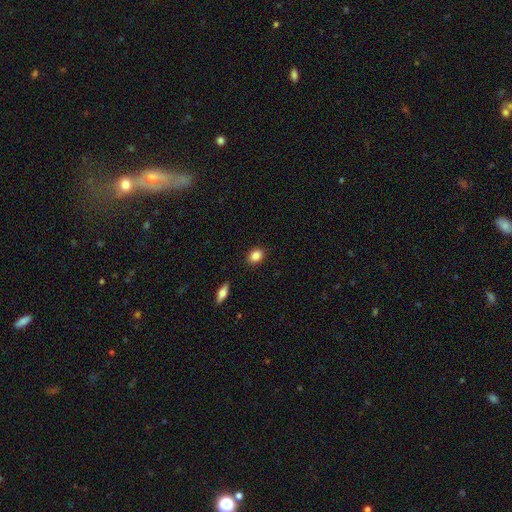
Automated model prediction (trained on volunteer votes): smooth_or_featured: smooth (p=0.86) [alt: star or artifact p=0.09]
how_rounded: in between (p=0.66) [alt: round p=0.32]
merging: none (p=0.88) [alt: minor disturbance p=0.09]